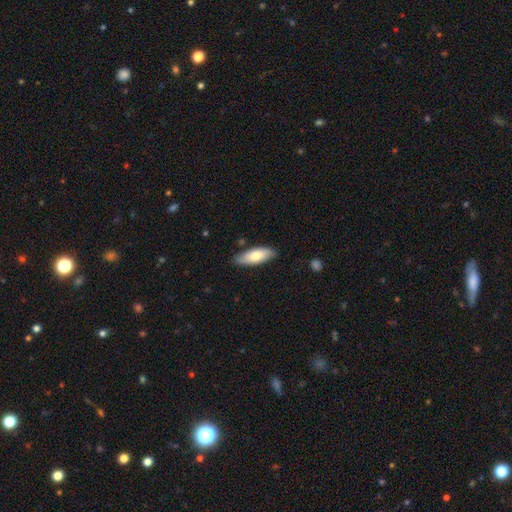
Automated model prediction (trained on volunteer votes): This appears to be a smooth galaxy with no disk features (73%) that is in between round and cigar-shaped (71%). Merging: none (82%).